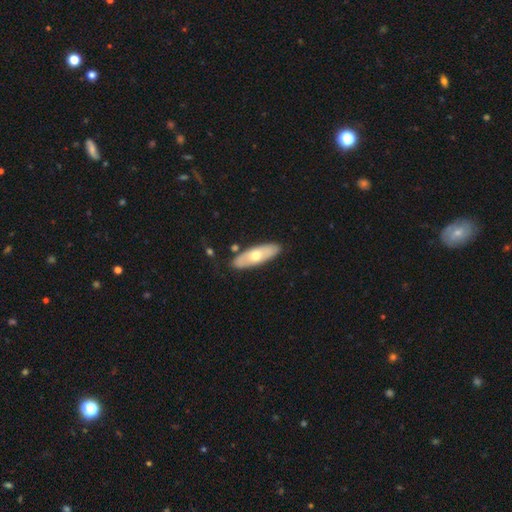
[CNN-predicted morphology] A smooth galaxy with no disk features (55%) that is in between round and cigar-shaped (63%). Merging: none (83%).